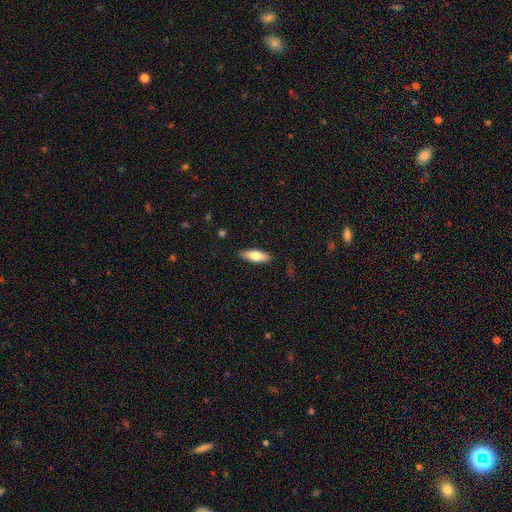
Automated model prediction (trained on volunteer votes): The model was most divided on "how rounded": in between: 56%, cigar-shaped: 42%, round: 2%. More confident: merging — none (86%); smooth or featured — smooth (71%).